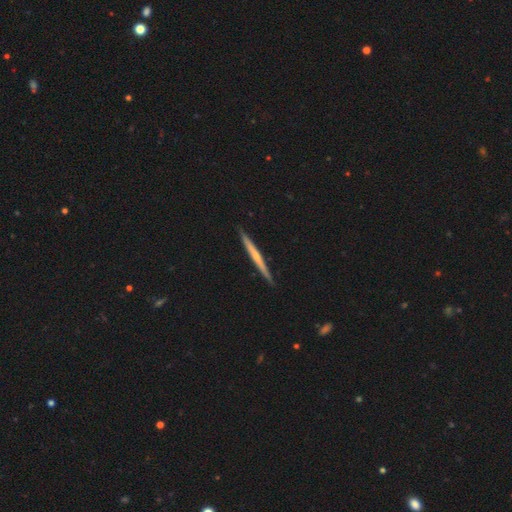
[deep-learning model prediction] Smooth or featured? featured or disk (56%)
Edge-on disk? yes (98%)
Edge-on bulge? none (67%)
Merging? none (91%)